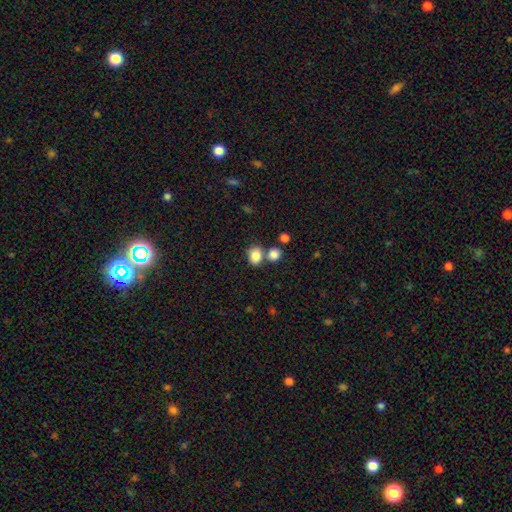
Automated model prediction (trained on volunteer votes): The model was most divided on "how rounded": in between: 52%, round: 47%, cigar-shaped: 1%. More confident: smooth or featured — smooth (84%); merging — none (56%).